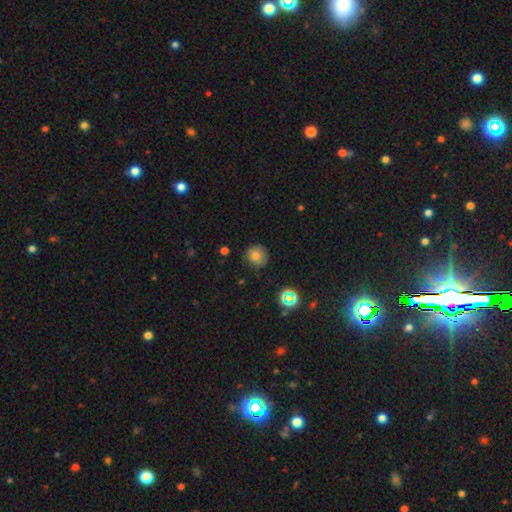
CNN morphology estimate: Smooth or featured: smooth — 77% (star or artifact — 15%)
How rounded: round — 91% (in between — 8%)
Merging: none — 84% (minor disturbance — 12%)